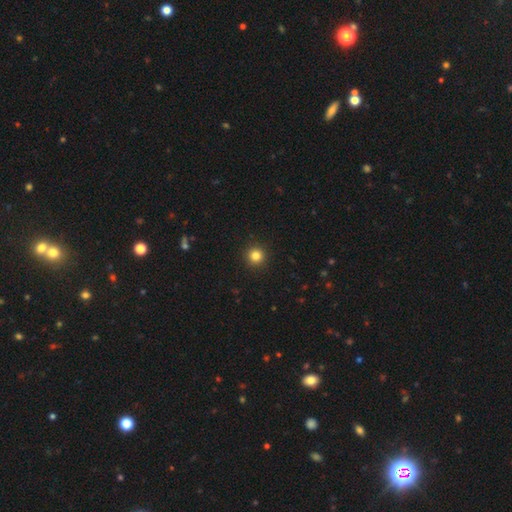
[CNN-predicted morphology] The model was most divided on "smooth or featured": smooth: 83%, star or artifact: 12%, featured or disk: 5%. More confident: how rounded — round (96%); merging — none (93%).